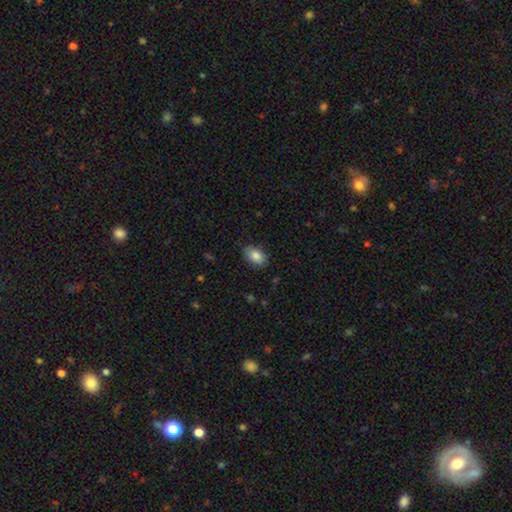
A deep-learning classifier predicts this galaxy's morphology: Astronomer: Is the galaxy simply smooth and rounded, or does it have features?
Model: smooth — 87%.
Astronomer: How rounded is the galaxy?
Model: in between — 90%.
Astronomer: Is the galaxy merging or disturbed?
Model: none — 84%.